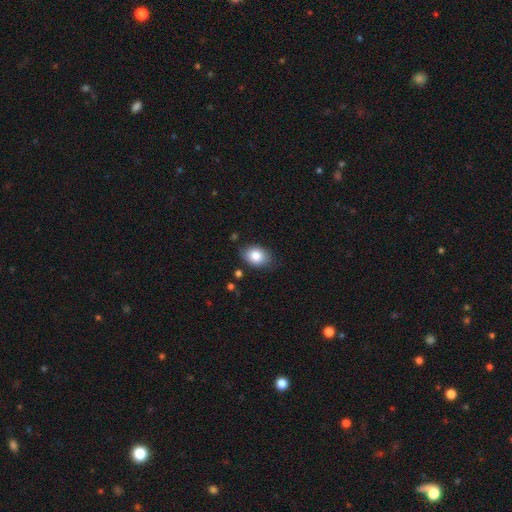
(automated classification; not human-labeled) The model was most divided on "how rounded": in between: 72%, round: 26%, cigar-shaped: 1%. More confident: smooth or featured — smooth (84%); merging — none (78%).